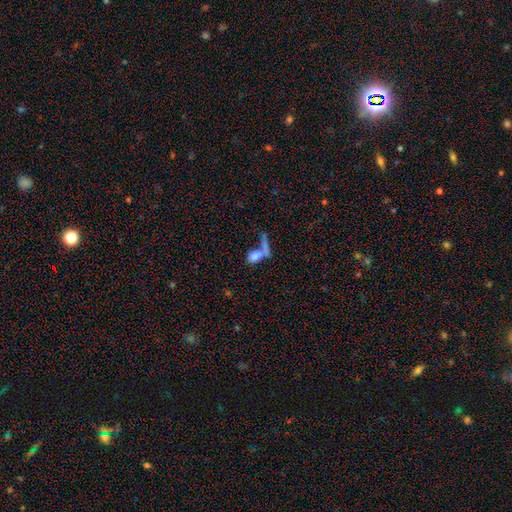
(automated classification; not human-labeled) smooth_or_featured: smooth (p=0.73) [alt: featured or disk p=0.16]
how_rounded: in between (p=0.69) [alt: round p=0.18]
merging: merger (p=0.48) [alt: none p=0.29]